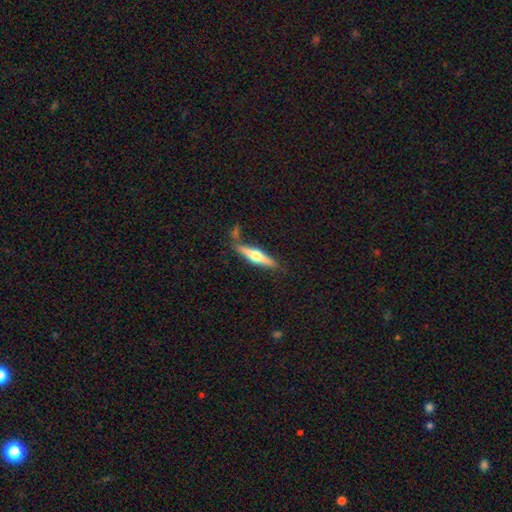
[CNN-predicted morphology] Overall: featured or disk (61%; smooth 33%). Edge-on disk: yes (96%). Edge-on bulge: rounded (94%). Merging: none (75%).